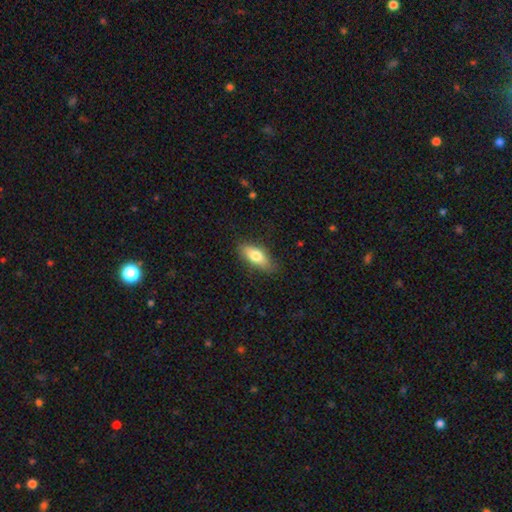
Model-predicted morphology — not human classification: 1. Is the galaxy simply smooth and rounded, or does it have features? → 76% smooth, 17% featured or disk, 7% star or artifact.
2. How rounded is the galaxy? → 80% in between, 16% cigar-shaped, 3% round.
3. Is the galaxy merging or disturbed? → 79% none, 16% minor disturbance, 3% major disturbance, 1% merger.